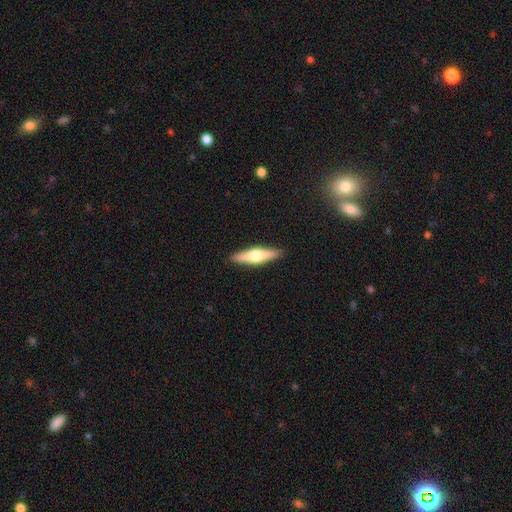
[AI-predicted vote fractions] Q: Smooth or featured?
A: featured or disk (49%); runner-up: smooth (46%)
Q: Merging?
A: none (91%); runner-up: minor disturbance (7%)